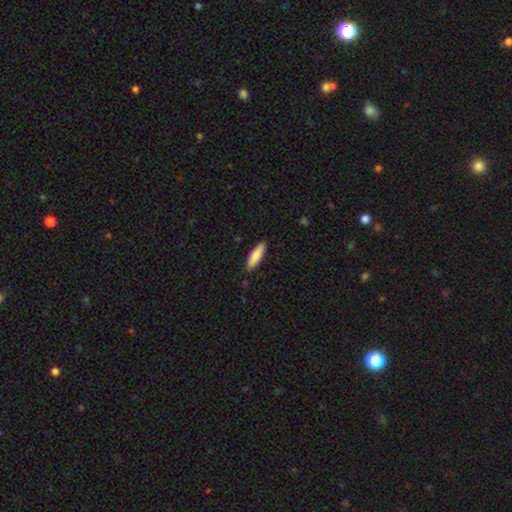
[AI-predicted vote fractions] Q: Smooth or featured?
A: smooth (87%); runner-up: featured or disk (8%)
Q: How rounded?
A: in between (50%); runner-up: cigar-shaped (49%)
Q: Merging?
A: none (88%); runner-up: minor disturbance (9%)